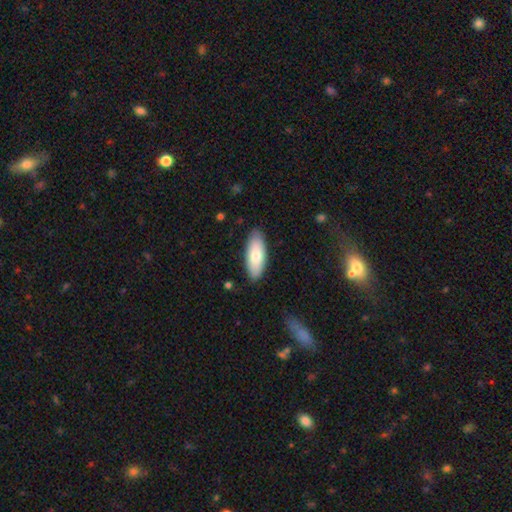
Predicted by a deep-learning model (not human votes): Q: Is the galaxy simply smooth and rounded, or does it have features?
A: smooth — 78%.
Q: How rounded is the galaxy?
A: in between — 78%.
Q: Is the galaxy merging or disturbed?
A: none — 87%.